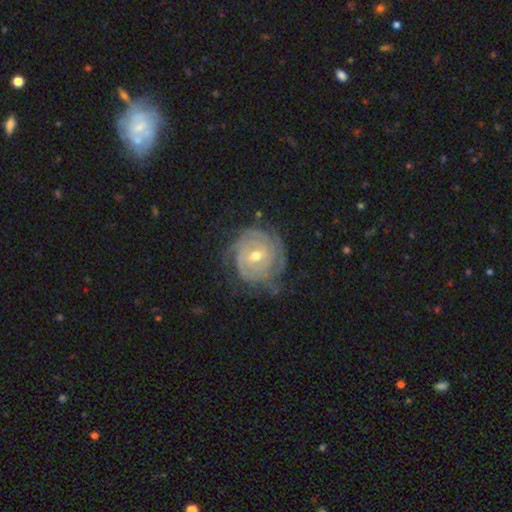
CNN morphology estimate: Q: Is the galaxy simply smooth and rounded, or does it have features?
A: featured or disk — 87%.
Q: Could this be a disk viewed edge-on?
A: no — 97%.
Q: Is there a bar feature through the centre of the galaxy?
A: weak — 44%, tied with no.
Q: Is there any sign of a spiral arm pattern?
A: yes — 96%.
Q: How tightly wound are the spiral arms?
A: tight — 81%.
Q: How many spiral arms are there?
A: can't tell — 34%.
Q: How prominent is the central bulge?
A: moderate — 60%.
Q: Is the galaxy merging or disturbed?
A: none — 69%.